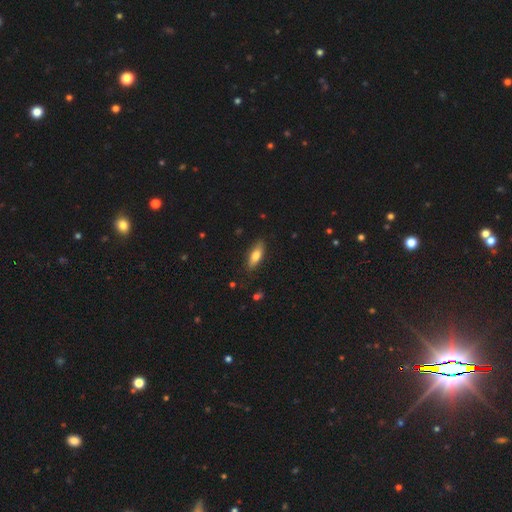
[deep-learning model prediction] Overall: smooth (71%). How rounded: in between (65%; cigar-shaped 33%). Merging: none (84%).